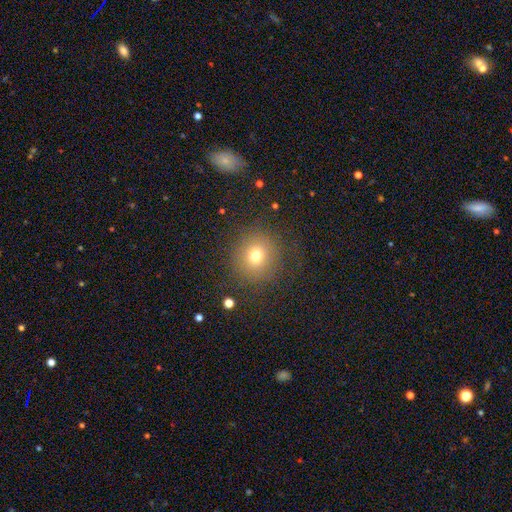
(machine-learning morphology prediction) This appears to be a smooth galaxy with no disk features (72%) that is round (87%). Merging: none (83%).